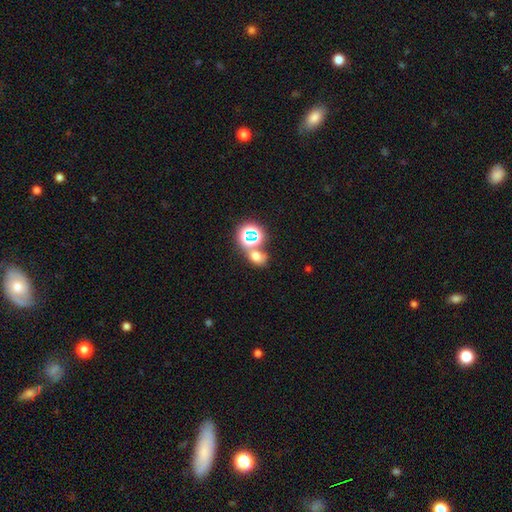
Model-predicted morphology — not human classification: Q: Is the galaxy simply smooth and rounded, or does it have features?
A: smooth — 58%.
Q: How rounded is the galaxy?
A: in between — 53%.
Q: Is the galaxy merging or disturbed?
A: none — 53%.